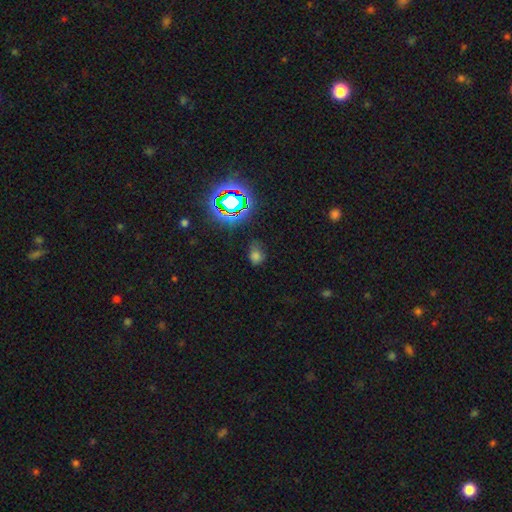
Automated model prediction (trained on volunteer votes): Smooth or featured: smooth — 61% (star or artifact — 30%)
How rounded: in between — 61% (round — 37%)
Merging: none — 61% (minor disturbance — 25%)